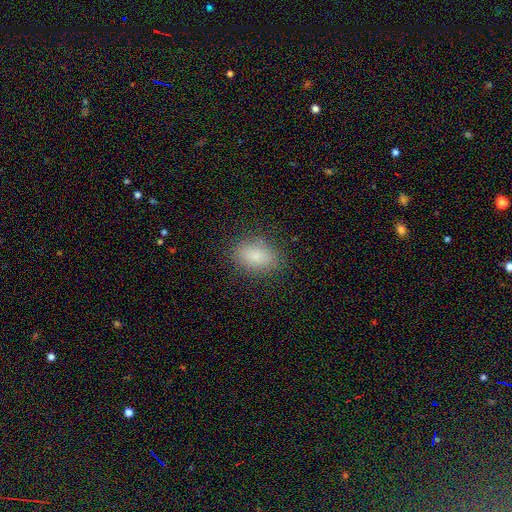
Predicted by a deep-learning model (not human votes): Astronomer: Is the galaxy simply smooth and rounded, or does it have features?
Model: smooth — 85%.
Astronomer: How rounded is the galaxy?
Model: in between — 85%.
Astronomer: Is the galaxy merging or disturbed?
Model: none — 82%.